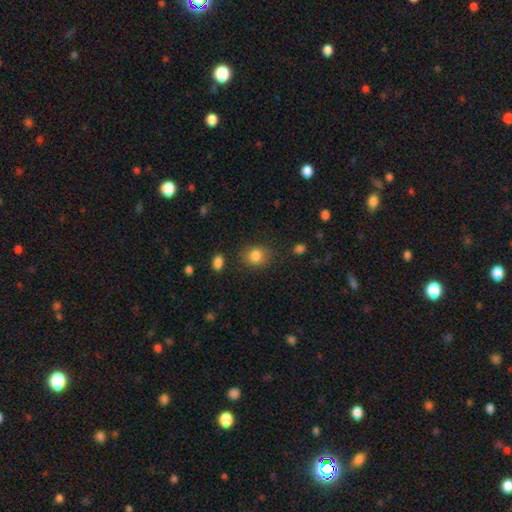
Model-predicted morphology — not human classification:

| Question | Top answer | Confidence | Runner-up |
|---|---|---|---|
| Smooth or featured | smooth | 84% | star or artifact (10%) |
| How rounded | round | 61% | in between (38%) |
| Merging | none | 79% | minor disturbance (15%) |